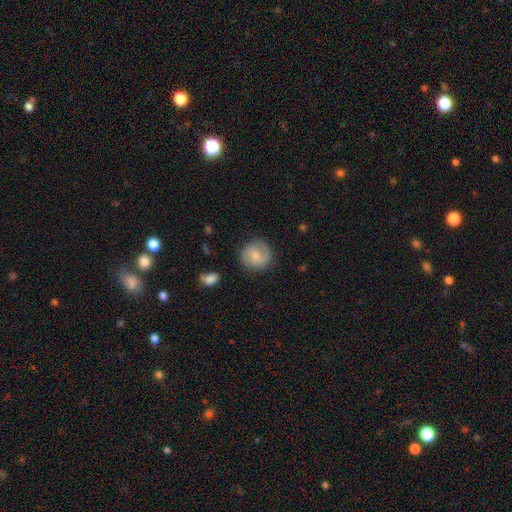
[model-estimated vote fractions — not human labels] The model was most divided on "smooth or featured": smooth: 57%, featured or disk: 36%, star or artifact: 7%. More confident: how rounded — round (89%); merging — none (82%).